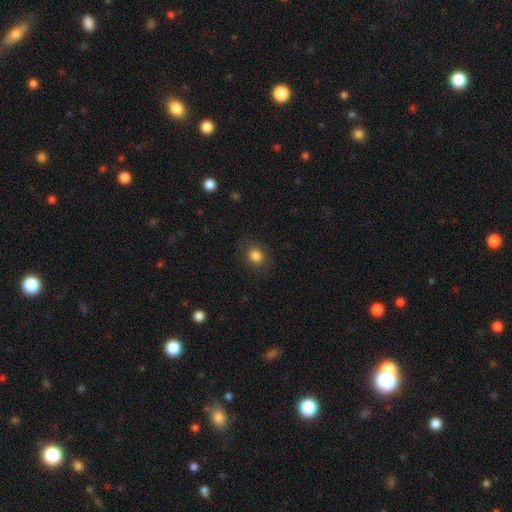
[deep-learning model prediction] Smooth or featured? smooth (83%)
How rounded? round (64%)
Merging? none (83%)